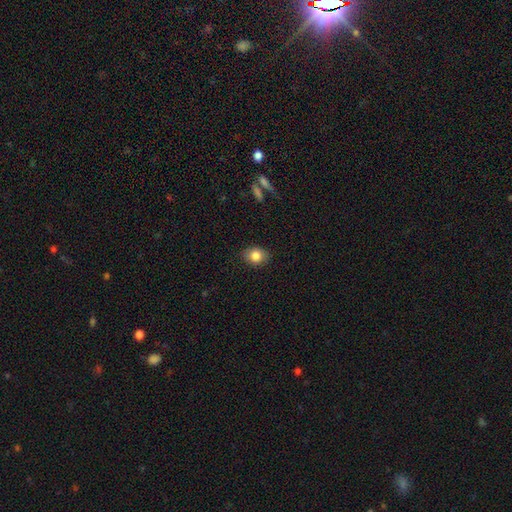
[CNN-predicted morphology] Smooth or featured: smooth — 83% (star or artifact — 9%)
How rounded: in between — 53% (round — 46%)
Merging: none — 86% (minor disturbance — 10%)